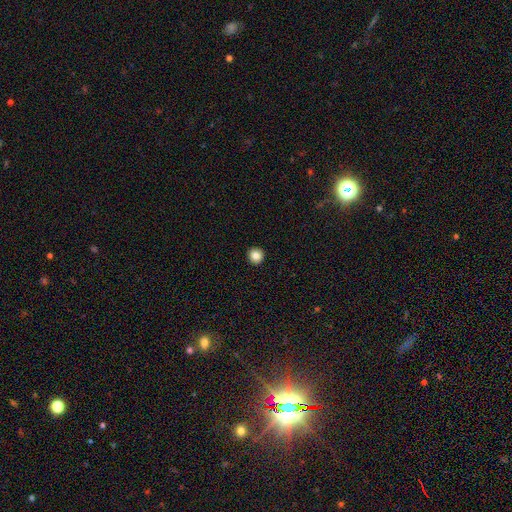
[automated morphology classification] smooth 85%, star or artifact 10%, featured or disk 5%. Down the decision tree: how rounded — round (94%); merging — none (93%).